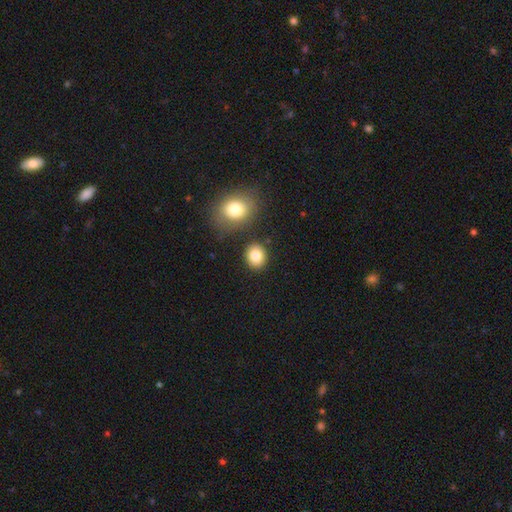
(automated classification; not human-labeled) smooth 84%, star or artifact 9%, featured or disk 7%. Down the decision tree: how rounded — round (74%); merging — none (84%).